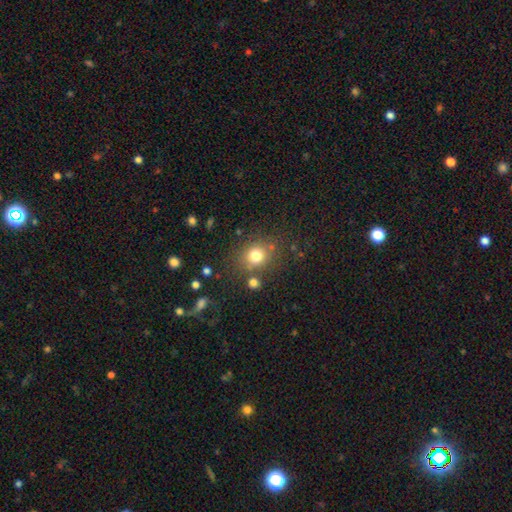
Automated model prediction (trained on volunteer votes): This is likely a smooth galaxy (76%). How rounded: likely round (75%). Merging: likely none (74%).